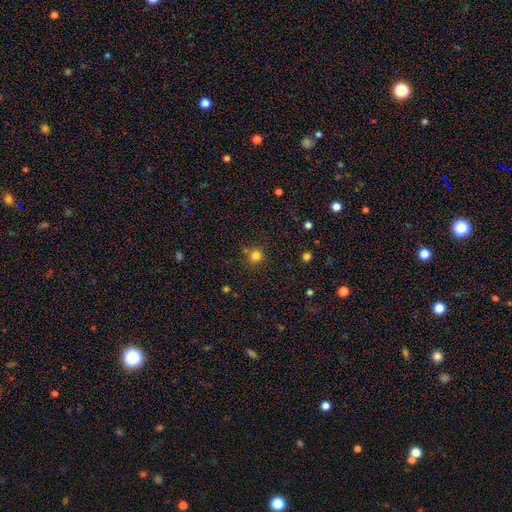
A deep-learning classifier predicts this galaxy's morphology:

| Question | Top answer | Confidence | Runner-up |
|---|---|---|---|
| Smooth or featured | smooth | 81% | star or artifact (14%) |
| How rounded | round | 93% | in between (6%) |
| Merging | none | 78% | merger (10%) |